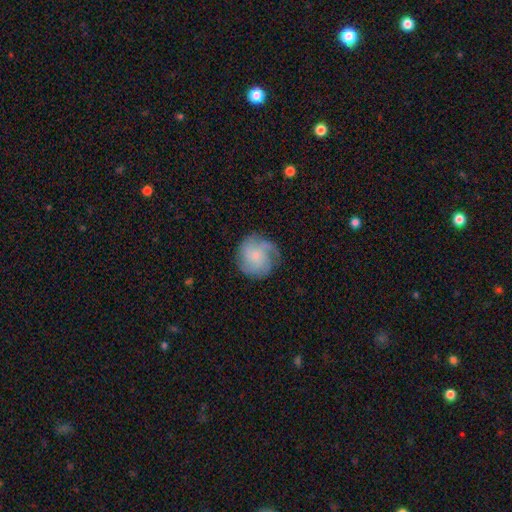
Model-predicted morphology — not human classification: This appears to be a featured or disk galaxy (52%) with no bar (78%), spiral arms (87%) and a small central bulge (68%). Merging: none (66%).